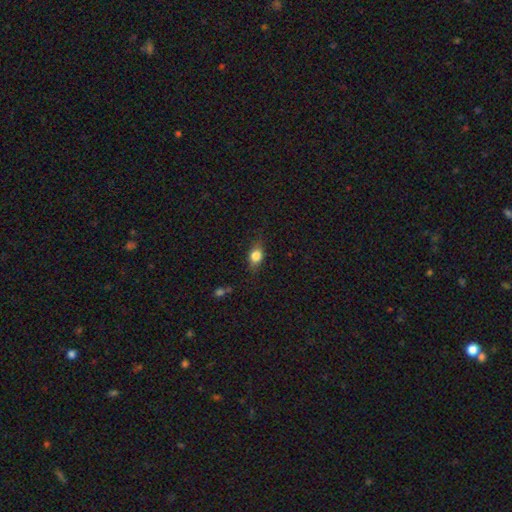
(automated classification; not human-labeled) Overall: smooth (74%). How rounded: in between (60%; round 33%). Merging: none (75%).